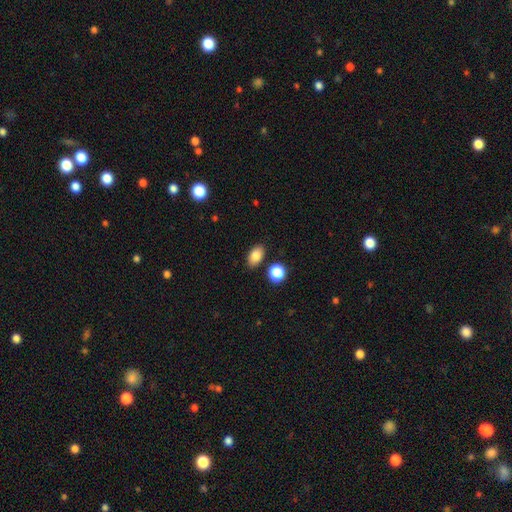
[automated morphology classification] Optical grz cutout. It shows a smooth galaxy with no disk features (83%) that is in between round and cigar-shaped (87%). Merging: none (84%).